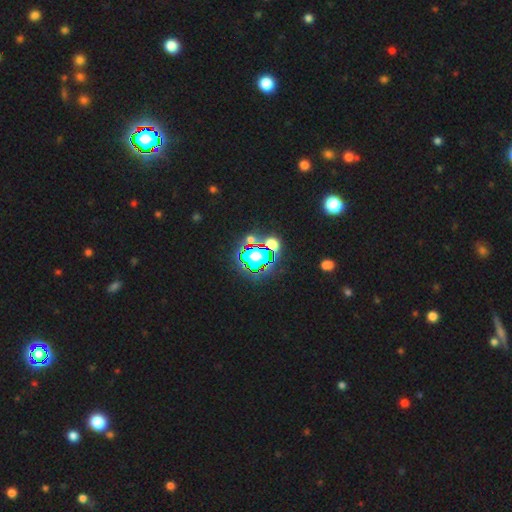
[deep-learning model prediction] Smooth or featured?
  - star or artifact: 64% *
  - smooth: 23%
  - featured or disk: 14%